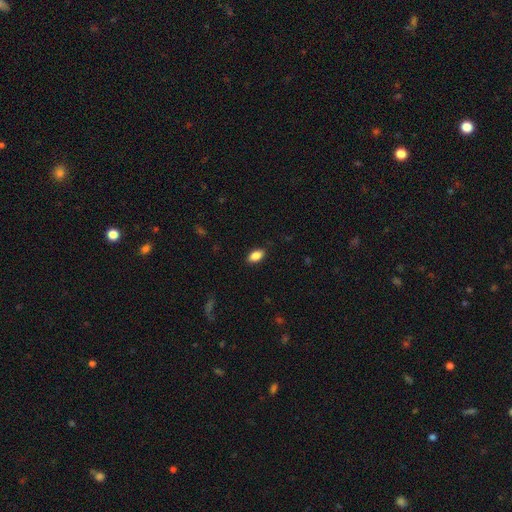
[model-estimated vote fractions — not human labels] Smooth or featured: smooth — 87% (star or artifact — 8%)
How rounded: in between — 92% (round — 4%)
Merging: none — 88% (minor disturbance — 9%)